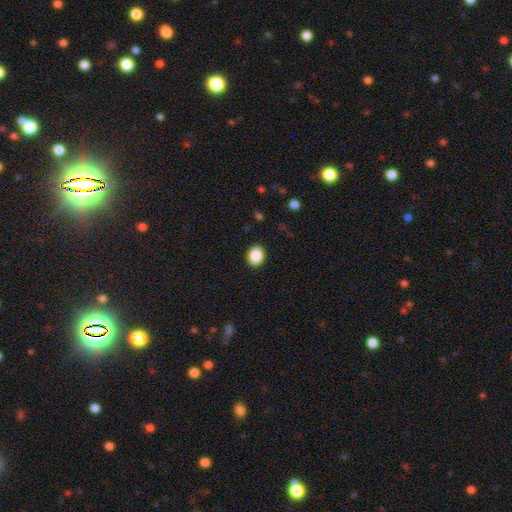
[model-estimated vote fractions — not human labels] A smooth galaxy with no disk features (89%) that is in between round and cigar-shaped (64%). Merging: none (90%).